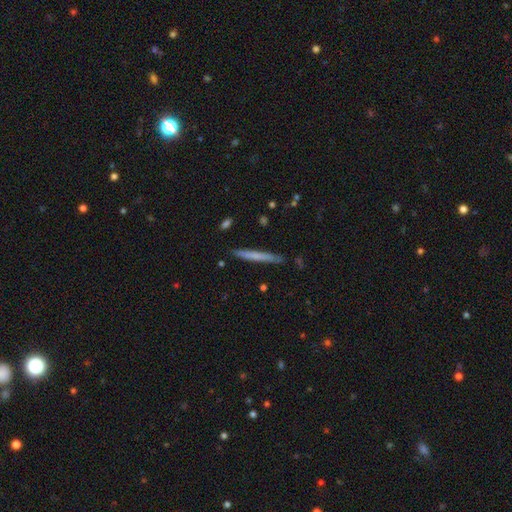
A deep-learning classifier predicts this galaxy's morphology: Overall: smooth (61%; featured or disk 33%). How rounded: cigar-shaped (97%). Merging: none (88%).